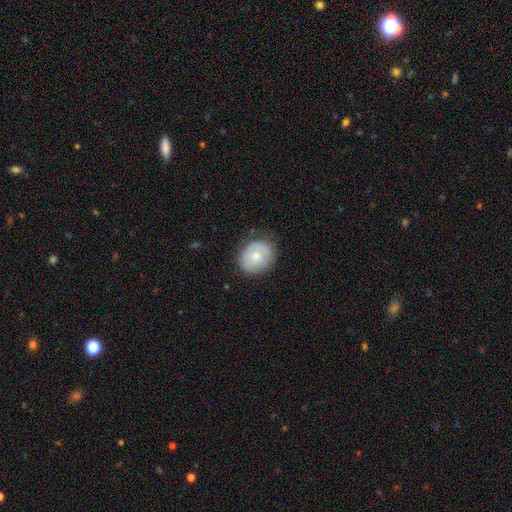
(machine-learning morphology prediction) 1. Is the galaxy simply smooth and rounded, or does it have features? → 64% smooth, 30% featured or disk, 7% star or artifact.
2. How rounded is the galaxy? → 63% round, 36% in between, 1% cigar-shaped.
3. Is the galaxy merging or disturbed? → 74% none, 19% minor disturbance, 5% major disturbance, 1% merger.